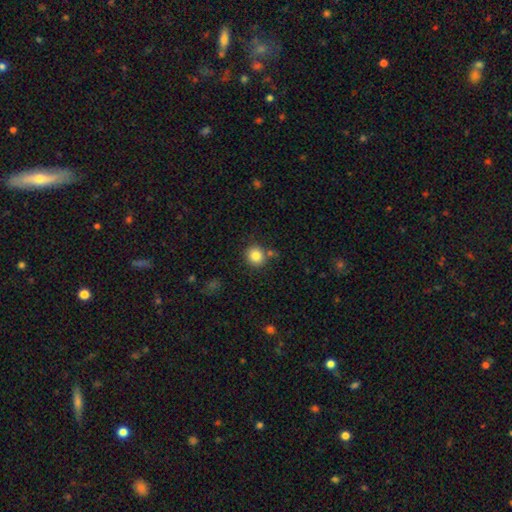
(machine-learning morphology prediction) smooth 84%, star or artifact 10%, featured or disk 6%. Down the decision tree: how rounded — round (88%); merging — none (78%).